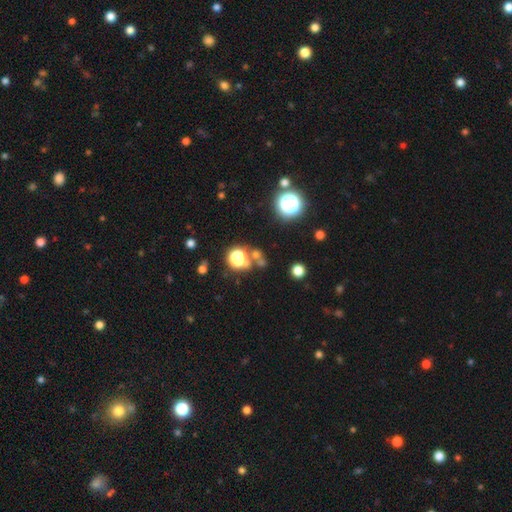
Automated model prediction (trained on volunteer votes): A star or artifact, not a galaxy (70%).